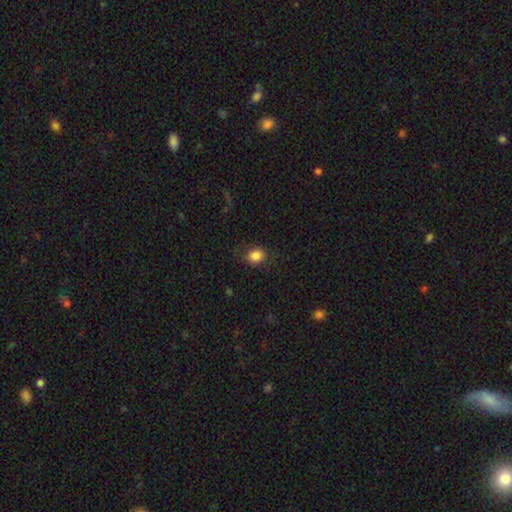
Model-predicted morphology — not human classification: Smooth or featured: smooth — 84% (star or artifact — 10%)
How rounded: round — 54% (in between — 45%)
Merging: none — 76% (minor disturbance — 16%)